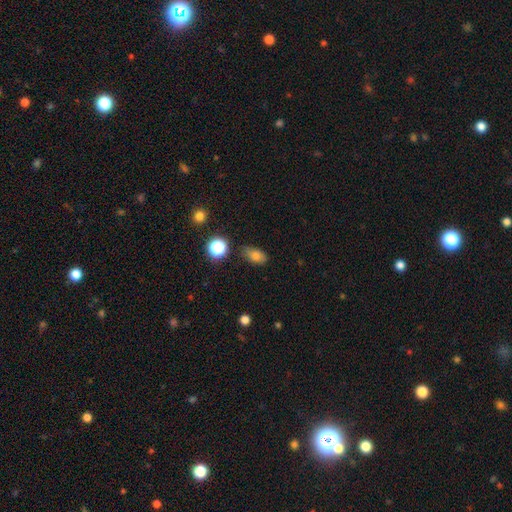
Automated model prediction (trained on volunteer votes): smooth-or-featured: smooth: 75% | star or artifact: 14% | featured or disk: 11%
  how-rounded: in between: 84% | round: 13% | cigar-shaped: 3%
  merging: none: 77% | minor disturbance: 17% | major disturbance: 4% | merger: 2%